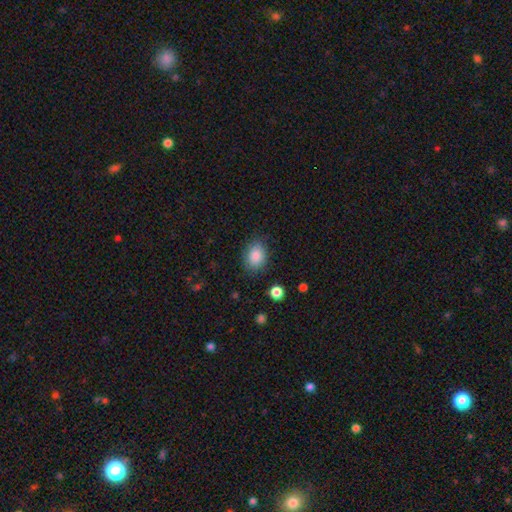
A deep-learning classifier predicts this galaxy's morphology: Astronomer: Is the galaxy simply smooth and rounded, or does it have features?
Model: smooth — 86%.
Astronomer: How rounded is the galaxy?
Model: in between — 71%.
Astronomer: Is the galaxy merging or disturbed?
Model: none — 81%.